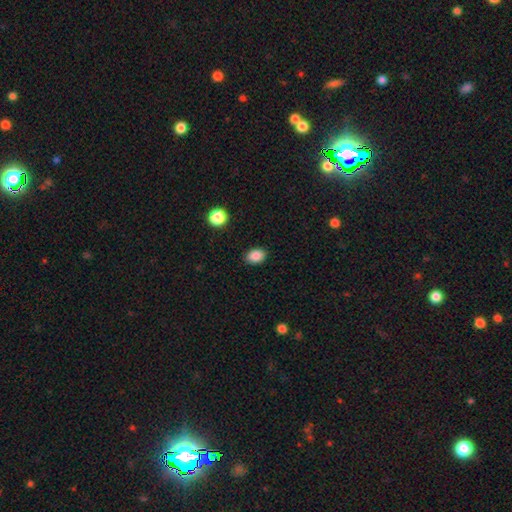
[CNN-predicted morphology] Overall: smooth (87%). How rounded: in between (75%). Merging: none (88%).